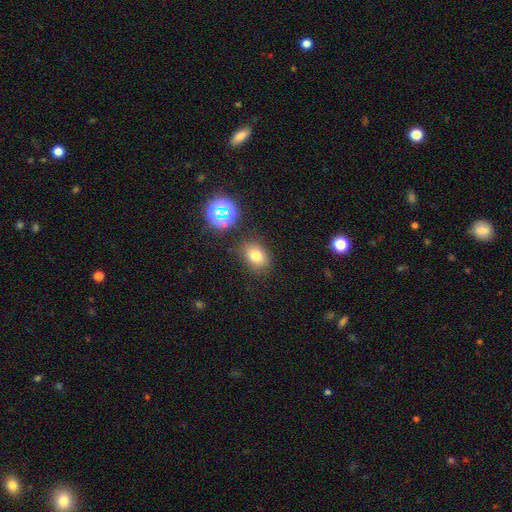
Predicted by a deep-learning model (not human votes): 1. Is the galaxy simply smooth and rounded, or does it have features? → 74% smooth, 17% star or artifact, 9% featured or disk.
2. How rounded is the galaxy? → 62% in between, 37% round, 1% cigar-shaped.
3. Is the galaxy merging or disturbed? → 81% none, 12% minor disturbance, 4% major disturbance, 3% merger.